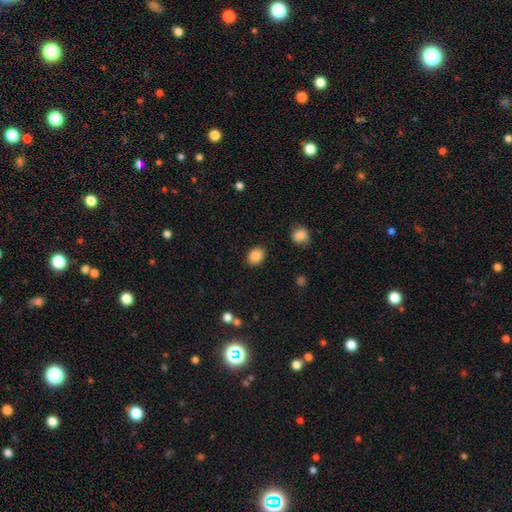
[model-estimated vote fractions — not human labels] Q: Smooth or featured?
A: smooth (88%); runner-up: star or artifact (9%)
Q: How rounded?
A: in between (57%); runner-up: round (42%)
Q: Merging?
A: none (88%); runner-up: minor disturbance (8%)